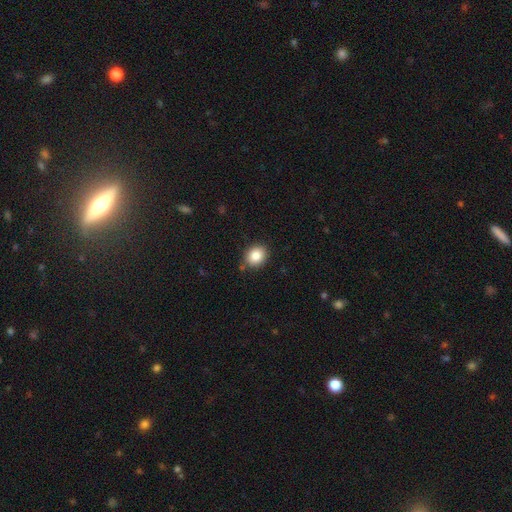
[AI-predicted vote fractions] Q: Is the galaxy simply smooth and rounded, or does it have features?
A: smooth — 85%.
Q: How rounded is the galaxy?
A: round — 62%.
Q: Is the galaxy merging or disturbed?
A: none — 84%.